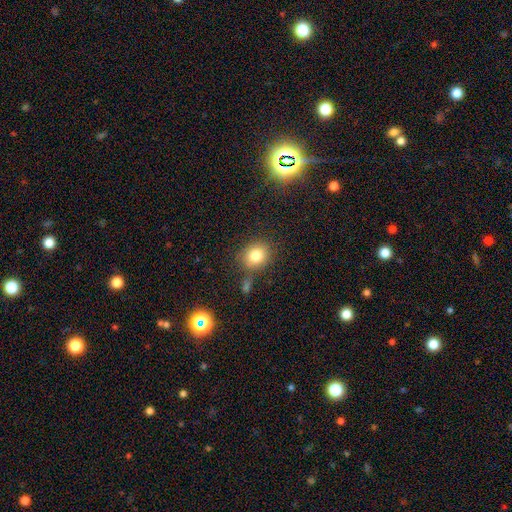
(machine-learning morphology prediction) Smooth or featured? smooth (81%)
How rounded? round (71%)
Merging? none (74%)